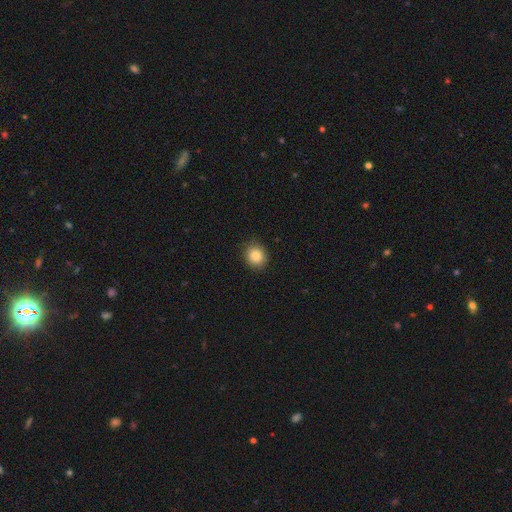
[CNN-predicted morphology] Smooth or featured?
  - smooth: 84% *
  - star or artifact: 10%
  - featured or disk: 6%
How rounded?
  - round: 79% *
  - in between: 20%
  - cigar-shaped: 1%
Merging?
  - none: 89% *
  - minor disturbance: 8%
  - major disturbance: 2%
  - merger: 1%